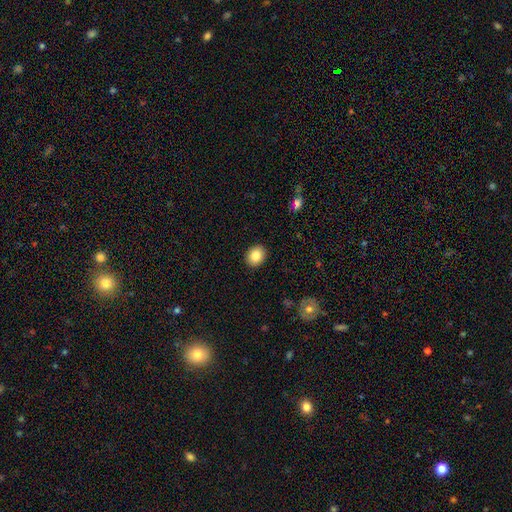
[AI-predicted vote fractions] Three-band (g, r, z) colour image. It shows a smooth galaxy with no disk features (85%) that is round (57%). Merging: none (91%).